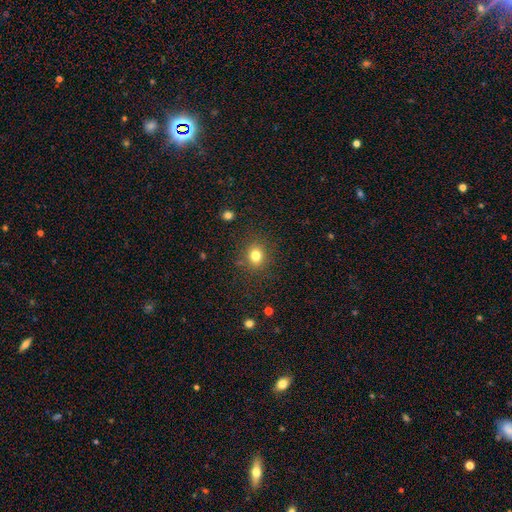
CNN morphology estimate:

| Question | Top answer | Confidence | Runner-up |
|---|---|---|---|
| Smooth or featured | smooth | 79% | star or artifact (14%) |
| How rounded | round | 72% | in between (28%) |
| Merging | none | 85% | minor disturbance (10%) |